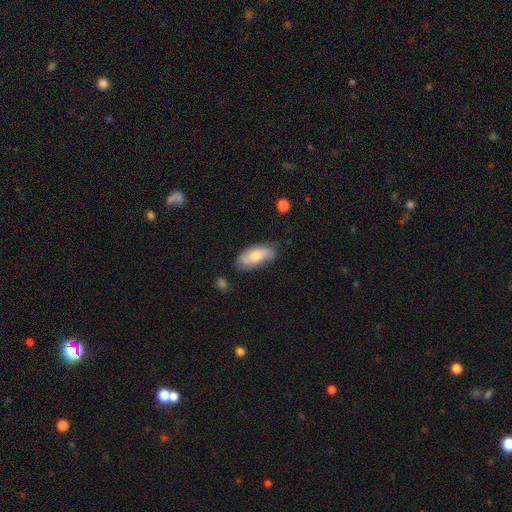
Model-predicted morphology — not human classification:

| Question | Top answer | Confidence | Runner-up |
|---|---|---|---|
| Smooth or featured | smooth | 61% | featured or disk (33%) |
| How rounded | in between | 87% | cigar-shaped (10%) |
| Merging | none | 74% | minor disturbance (20%) |